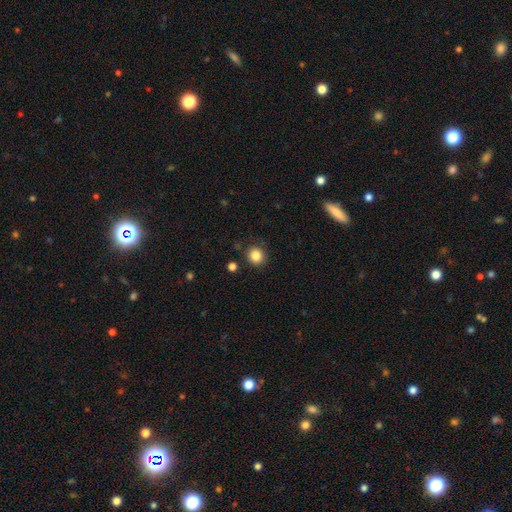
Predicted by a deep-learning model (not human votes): The model was most divided on "smooth or featured": smooth: 85%, star or artifact: 11%, featured or disk: 5%. More confident: how rounded — round (89%); merging — none (87%).